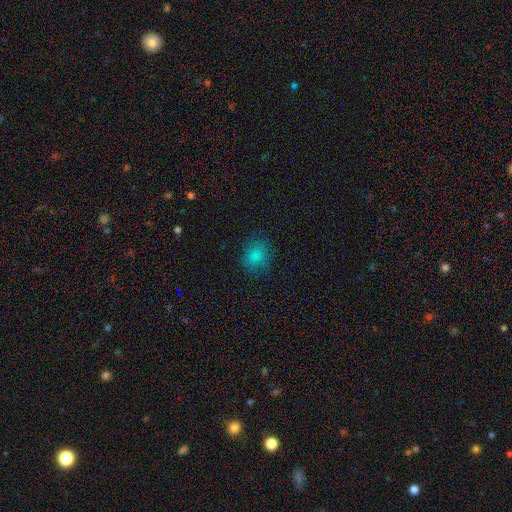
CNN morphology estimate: This is clearly a smooth galaxy (81%). How rounded: likely round (61%). Merging: likely none (75%).